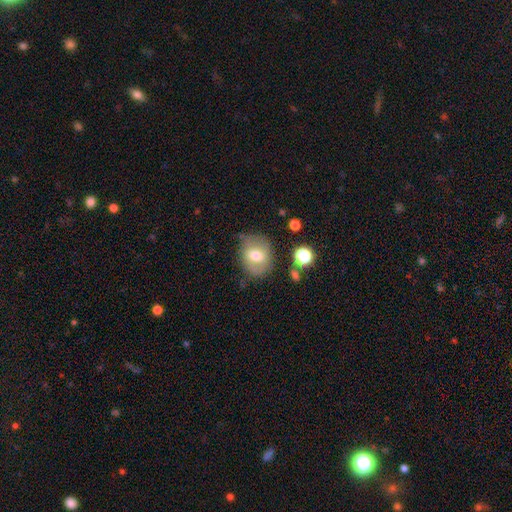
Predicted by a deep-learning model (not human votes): smooth 61%, featured or disk 30%, star or artifact 9%. Down the decision tree: how rounded — round (55%); merging — none (67%).